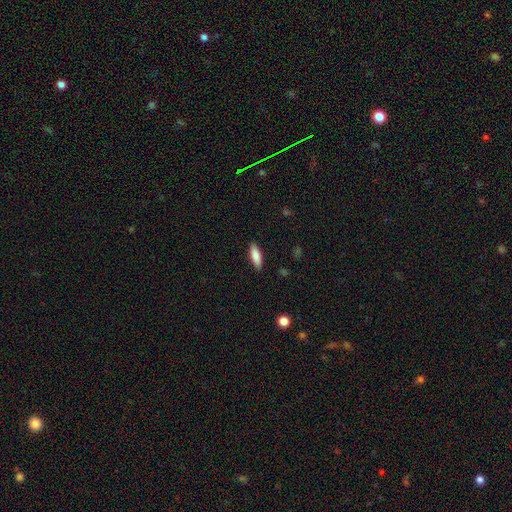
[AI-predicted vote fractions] Overall: smooth (82%). How rounded: in between (55%; cigar-shaped 44%). Merging: none (89%).